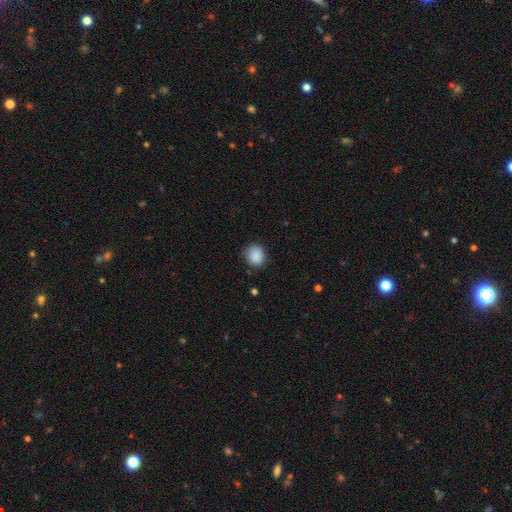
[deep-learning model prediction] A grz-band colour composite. It shows a smooth galaxy with no disk features (89%) that is round (79%). Merging: none (80%).